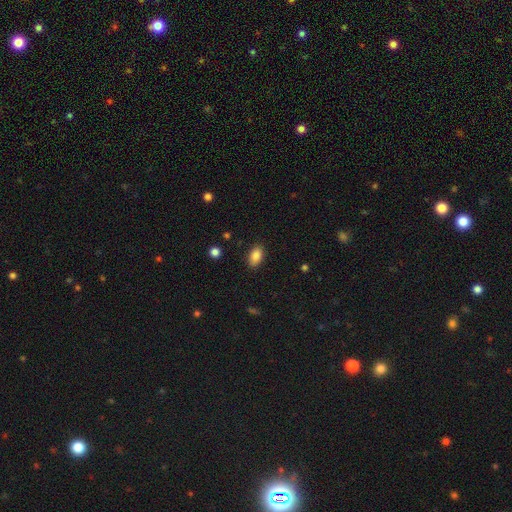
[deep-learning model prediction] smooth 87%, star or artifact 8%, featured or disk 5%. Down the decision tree: how rounded — in between (91%); merging — none (87%).